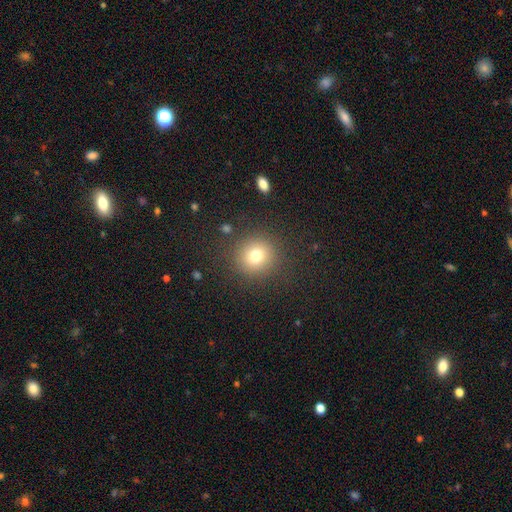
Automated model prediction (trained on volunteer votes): Smooth or featured? smooth (76%)
How rounded? round (90%)
Merging? none (87%)